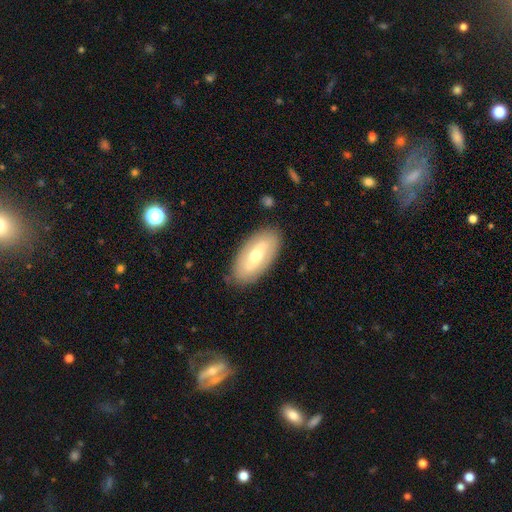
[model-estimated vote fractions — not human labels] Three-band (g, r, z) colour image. It shows a featured or disk galaxy (50%). Merging: none (85%).